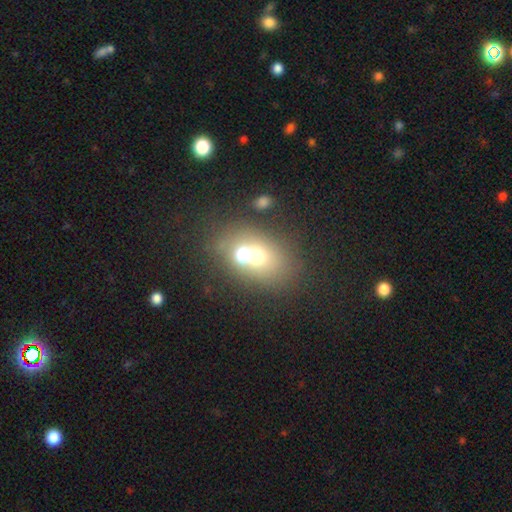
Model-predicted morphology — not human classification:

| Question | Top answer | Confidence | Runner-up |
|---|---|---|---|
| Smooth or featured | smooth | 60% | featured or disk (23%) |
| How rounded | in between | 52% | round (46%) |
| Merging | merger | 52% | none (35%) |